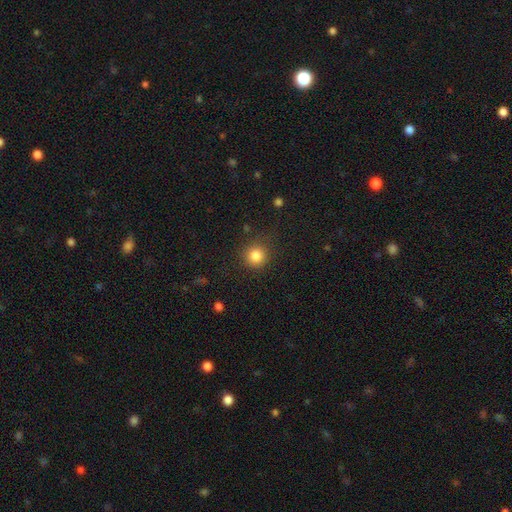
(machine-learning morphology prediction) The model was most divided on "smooth or featured": smooth: 84%, star or artifact: 11%, featured or disk: 5%. More confident: how rounded — round (93%); merging — none (86%).